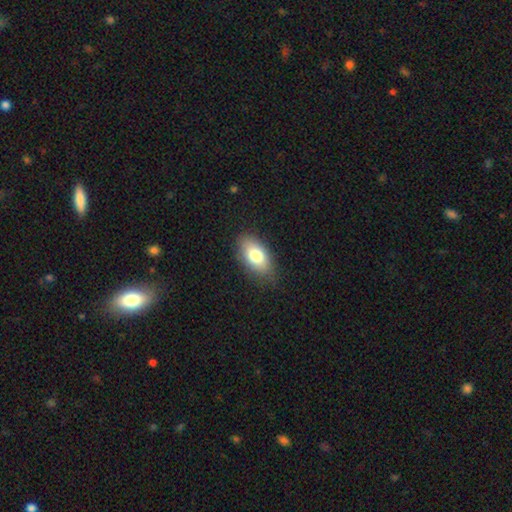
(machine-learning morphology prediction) Smooth or featured? Predicted: smooth (p=0.77). How rounded? Predicted: in between (p=0.90). Merging? Predicted: none (p=0.81).